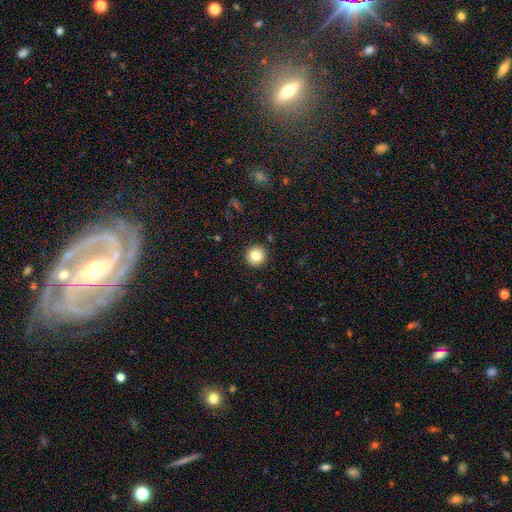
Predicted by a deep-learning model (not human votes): Smooth or featured? smooth (82%)
How rounded? round (94%)
Merging? none (92%)